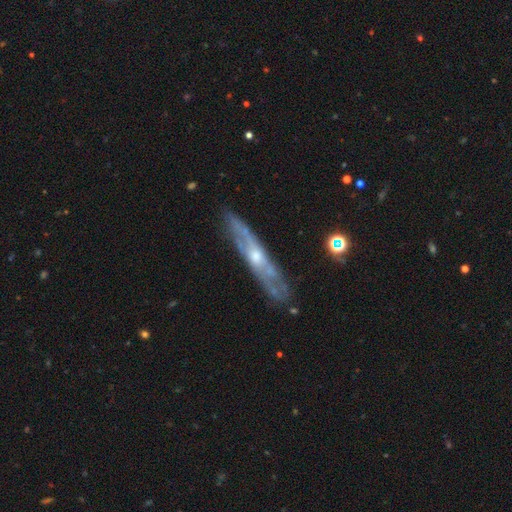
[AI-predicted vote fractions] The model was most divided on "edge-on disk": yes: 61%, no: 39%. More confident: merging — none (78%); smooth or featured — featured or disk (76%).